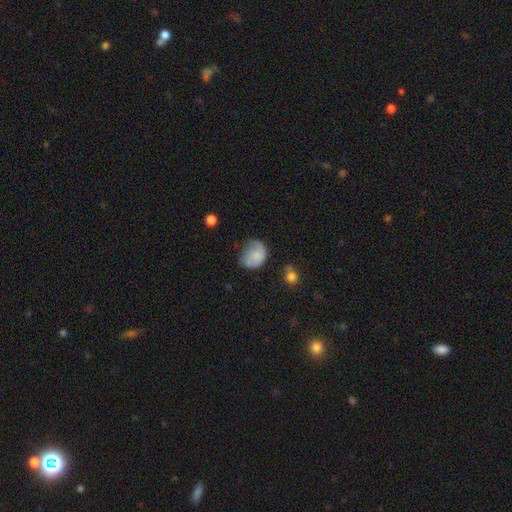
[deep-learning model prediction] Morphology: type=smooth (70%); roundness=round (54%); merging=none (39%).